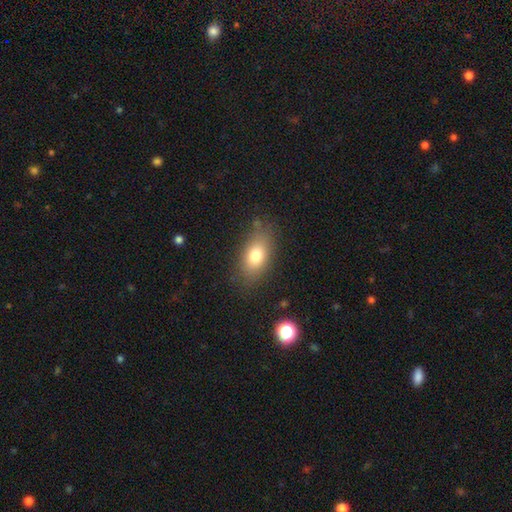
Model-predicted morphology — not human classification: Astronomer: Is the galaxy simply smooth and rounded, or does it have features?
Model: smooth — 78%.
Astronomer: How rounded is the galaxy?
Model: in between — 87%.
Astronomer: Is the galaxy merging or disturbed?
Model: none — 79%.